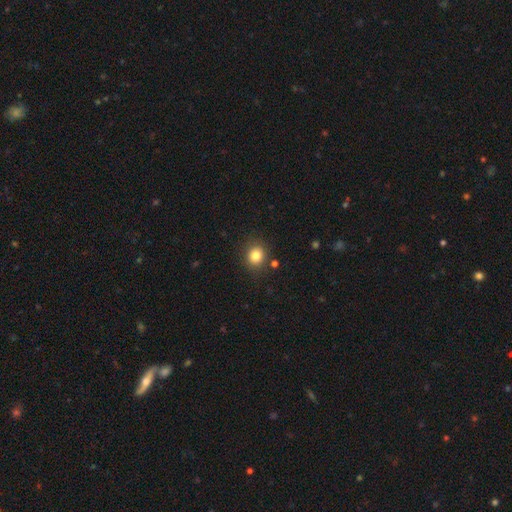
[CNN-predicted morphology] Smooth or featured?
  - smooth: 82% *
  - star or artifact: 11%
  - featured or disk: 6%
How rounded?
  - round: 78% *
  - in between: 21%
  - cigar-shaped: 1%
Merging?
  - none: 85% *
  - minor disturbance: 9%
  - merger: 3%
  - major disturbance: 3%